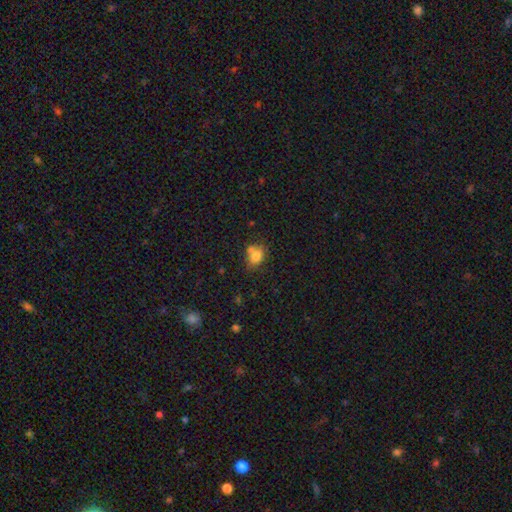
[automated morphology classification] Overall: smooth (77%). How rounded: in between (69%; round 30%). Merging: none (49%; merger 31%).